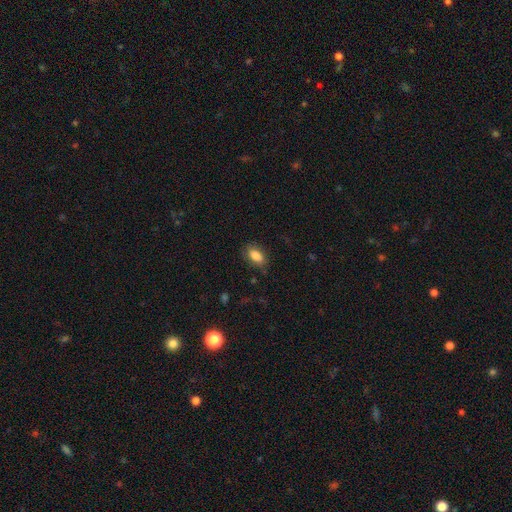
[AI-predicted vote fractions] Smooth or featured: smooth — 85% (star or artifact — 8%)
How rounded: in between — 91% (round — 6%)
Merging: none — 79% (minor disturbance — 16%)